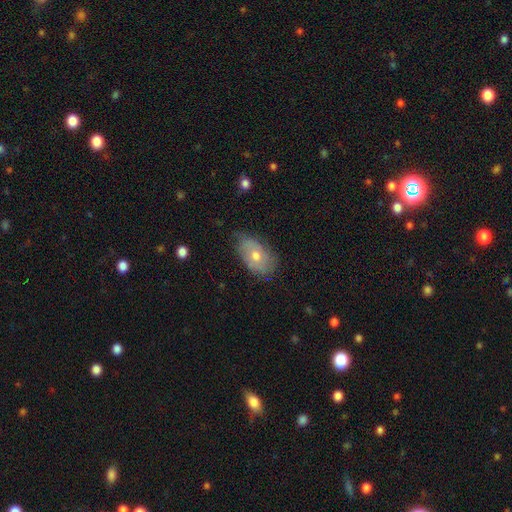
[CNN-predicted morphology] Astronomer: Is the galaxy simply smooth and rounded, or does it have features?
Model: smooth — 52% (runner-up: featured or disk, 41%).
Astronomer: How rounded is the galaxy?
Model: in between — 88%.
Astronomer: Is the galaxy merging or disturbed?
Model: none — 63%.